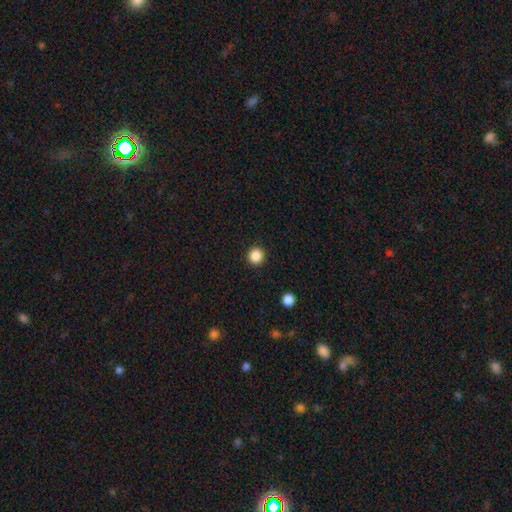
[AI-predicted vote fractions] This appears to be a smooth galaxy with no disk features (87%) that is round (92%). Merging: none (92%).